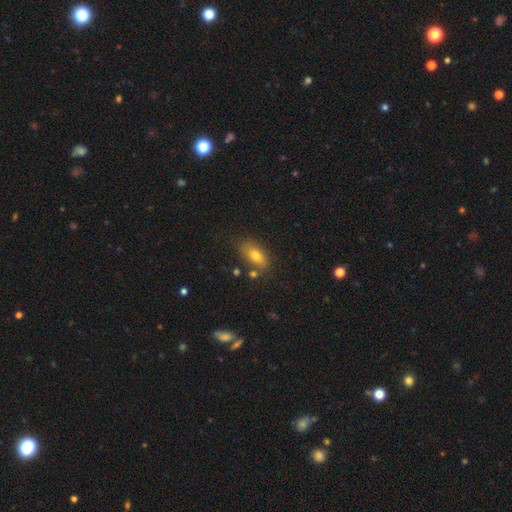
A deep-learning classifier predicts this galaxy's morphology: type=smooth (77%); roundness=in between (86%); merging=none (72%).